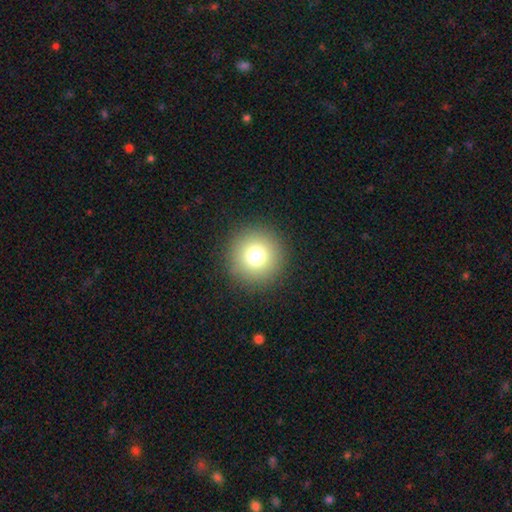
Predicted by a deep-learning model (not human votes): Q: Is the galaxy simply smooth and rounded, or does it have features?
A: smooth — 77%.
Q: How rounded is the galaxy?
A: round — 96%.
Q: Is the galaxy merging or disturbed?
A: none — 91%.